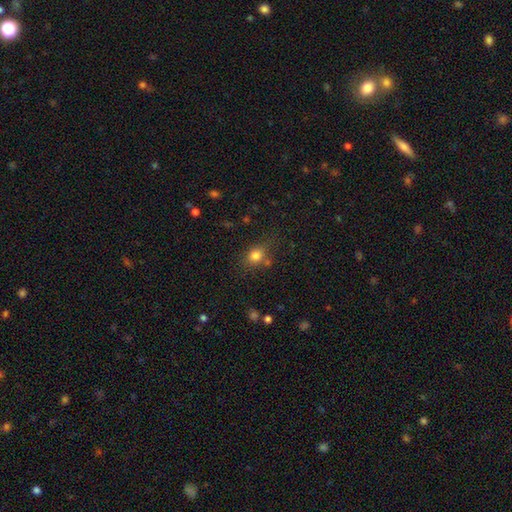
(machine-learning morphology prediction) Smooth or featured: smooth — 80% (star or artifact — 12%)
How rounded: round — 58% (in between — 41%)
Merging: none — 66% (minor disturbance — 19%)